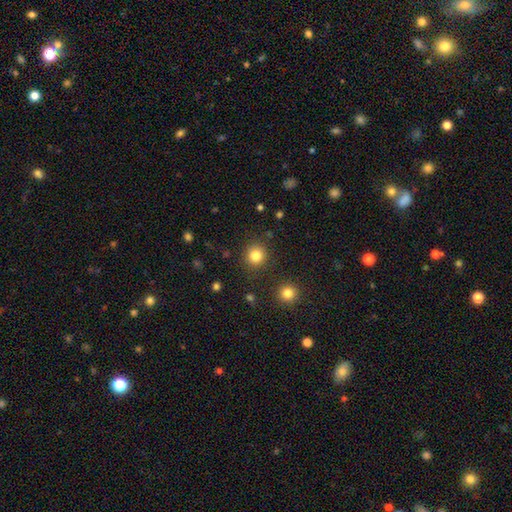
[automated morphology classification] This is clearly a smooth galaxy (83%). How rounded: clearly round (91%). Merging: clearly none (88%).